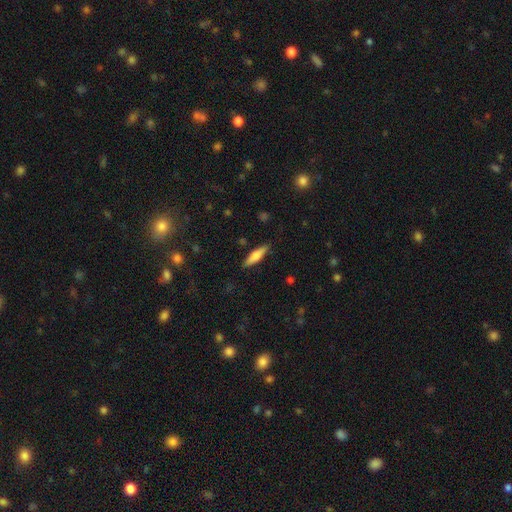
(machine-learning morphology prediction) A smooth galaxy with no disk features (63%) that is cigar-shaped (71%). Merging: none (87%).